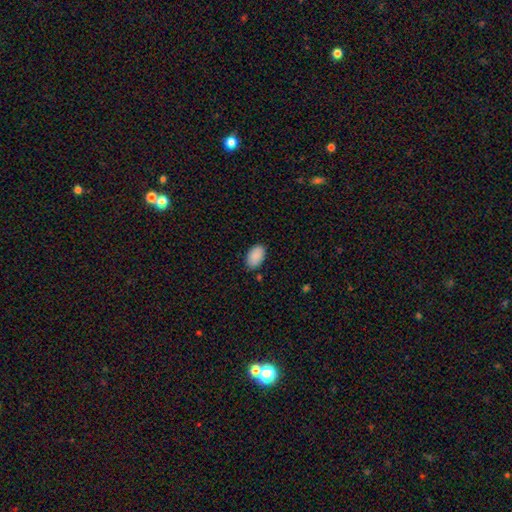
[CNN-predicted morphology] The model was most divided on "merging": none: 83%, minor disturbance: 13%, major disturbance: 2%, merger: 2%. More confident: how rounded — in between (93%); smooth or featured — smooth (89%).